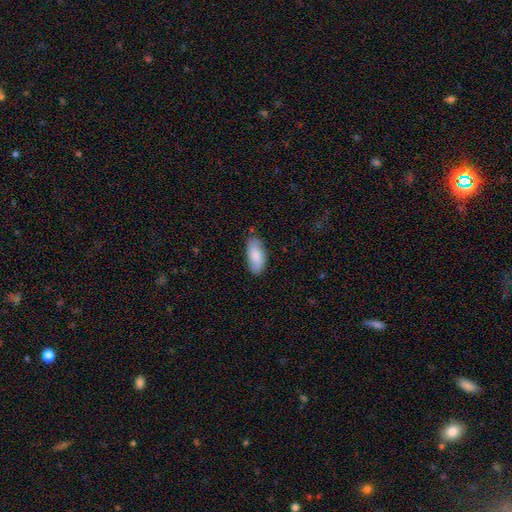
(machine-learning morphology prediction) A smooth galaxy with no disk features (80%) that is in between round and cigar-shaped (88%). Merging: none (78%).